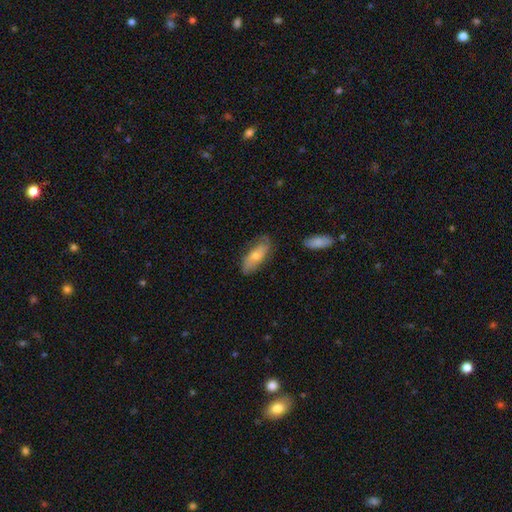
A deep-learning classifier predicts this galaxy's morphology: Smooth or featured? smooth (51%)
How rounded? in between (74%)
Merging? none (73%)